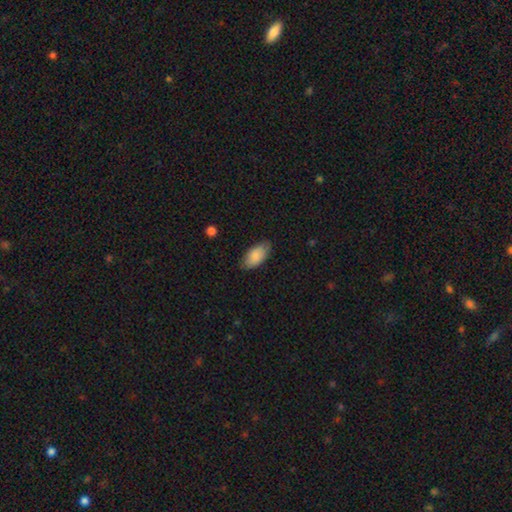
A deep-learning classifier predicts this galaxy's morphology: A smooth galaxy with no disk features (85%) that is in between round and cigar-shaped (94%).

Vote fractions:
- Smooth or featured? smooth: 85% / featured or disk: 9% / star or artifact: 6%
- How rounded? in between: 94% / cigar-shaped: 4% / round: 2%
- Merging? none: 79% / minor disturbance: 17% / major disturbance: 3% / merger: 1%